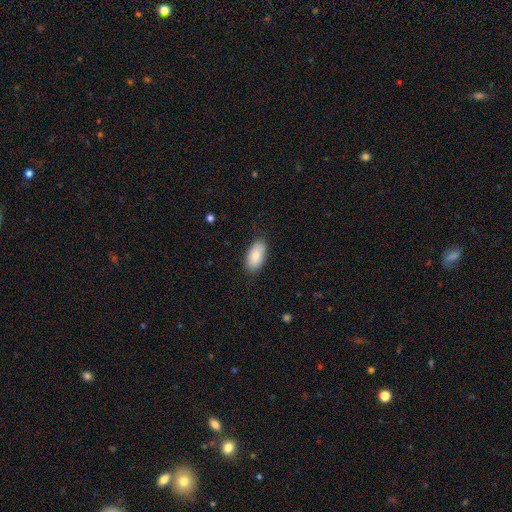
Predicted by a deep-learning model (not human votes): smooth_or_featured: smooth (p=0.84) [alt: featured or disk p=0.10]
how_rounded: in between (p=0.94) [alt: cigar-shaped p=0.03]
merging: none (p=0.84) [alt: minor disturbance p=0.13]